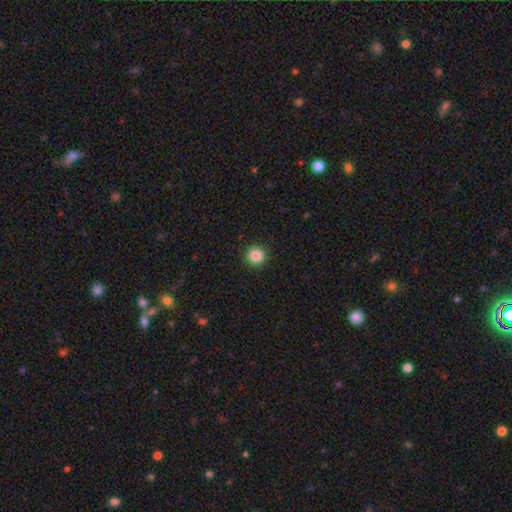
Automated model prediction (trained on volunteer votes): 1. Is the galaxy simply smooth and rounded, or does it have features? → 87% smooth, 10% star or artifact, 3% featured or disk.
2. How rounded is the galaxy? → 95% round, 4% in between, 1% cigar-shaped.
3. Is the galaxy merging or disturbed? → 92% none, 5% minor disturbance, 2% major disturbance, 1% merger.